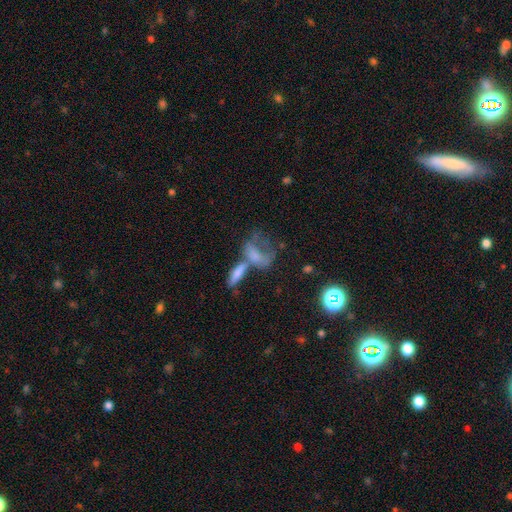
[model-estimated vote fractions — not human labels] smooth_or_featured: smooth (p=0.55) [alt: featured or disk p=0.33]
how_rounded: in between (p=0.73) [alt: cigar-shaped p=0.16]
merging: merger (p=0.52) [alt: major disturbance p=0.20]